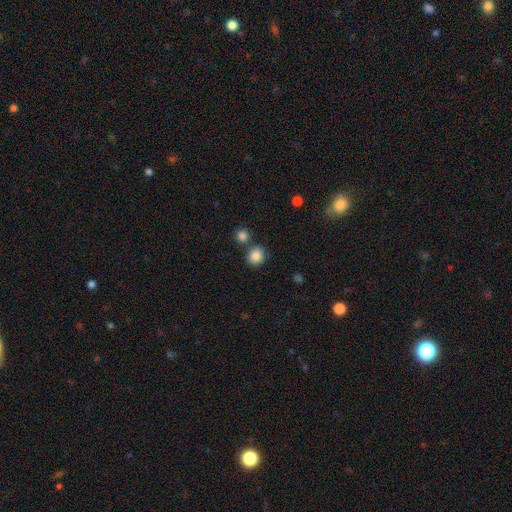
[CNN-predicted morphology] This appears to be a smooth galaxy with no disk features (86%) that is round (81%). Merging: none (73%).